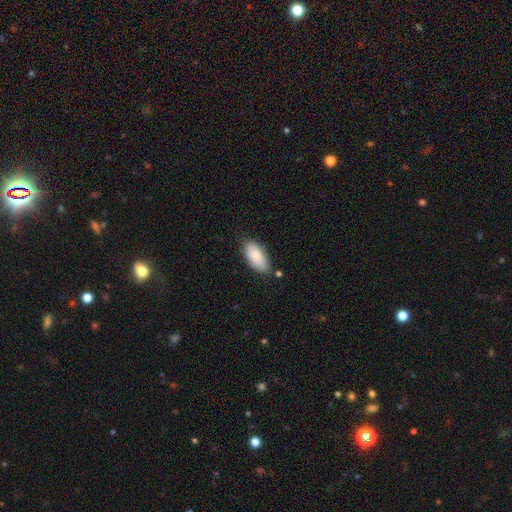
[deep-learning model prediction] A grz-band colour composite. It shows a smooth galaxy with no disk features (83%) that is in between round and cigar-shaped (90%). Merging: none (76%).